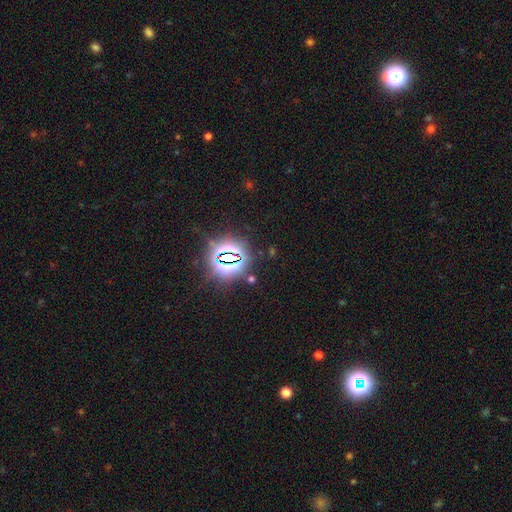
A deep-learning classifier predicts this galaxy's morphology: Q: Smooth or featured?
A: star or artifact (81%); runner-up: smooth (12%)